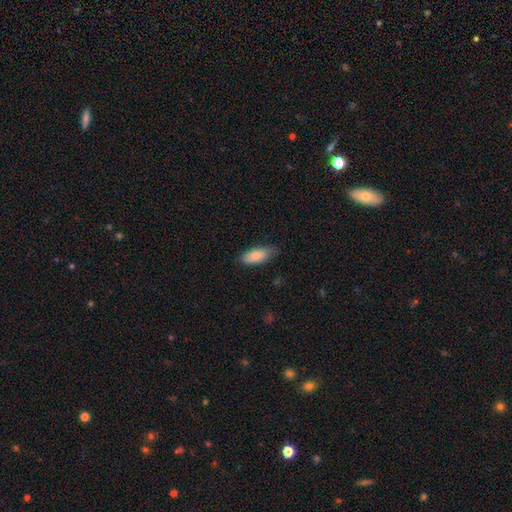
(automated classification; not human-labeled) Morphology: type=smooth (81%); roundness=in between (86%); merging=none (70%).